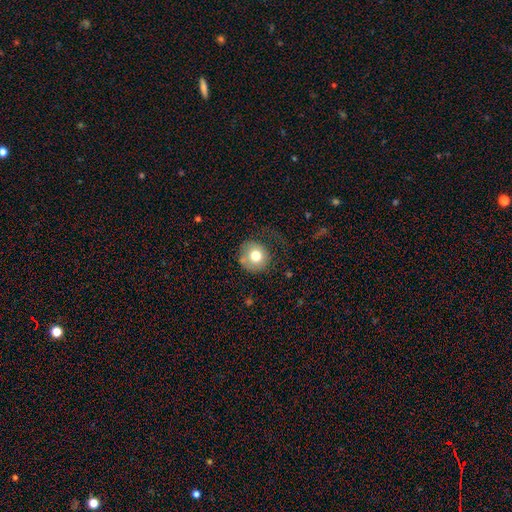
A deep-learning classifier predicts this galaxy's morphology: A smooth galaxy with no disk features (75%) that is round (89%).

Vote fractions:
- Smooth or featured? smooth: 75% / featured or disk: 16% / star or artifact: 10%
- How rounded? round: 89% / in between: 10% / cigar-shaped: 1%
- Merging? none: 61% / minor disturbance: 22% / major disturbance: 14% / merger: 3%